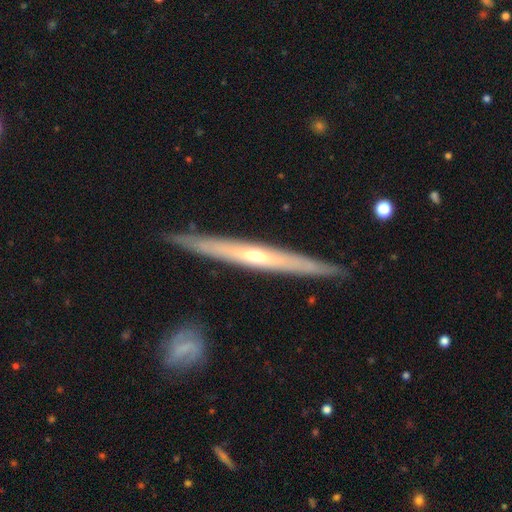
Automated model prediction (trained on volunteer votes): Morphology: type=featured or disk (73%); edge-on=yes (93%); edge-on bulge=rounded (63%); merging=none (88%).